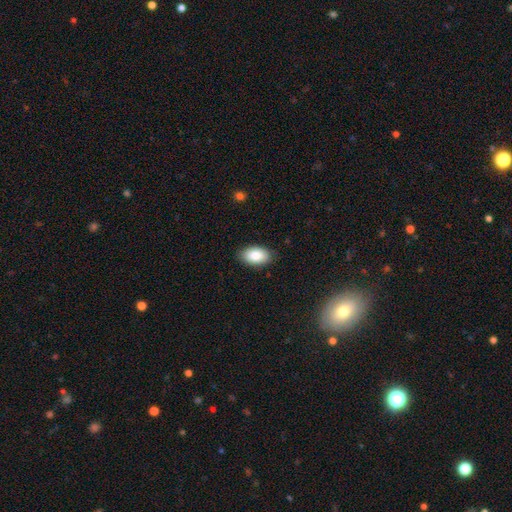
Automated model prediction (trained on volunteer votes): A smooth galaxy with no disk features (86%) that is in between round and cigar-shaped (93%). Merging: none (87%).